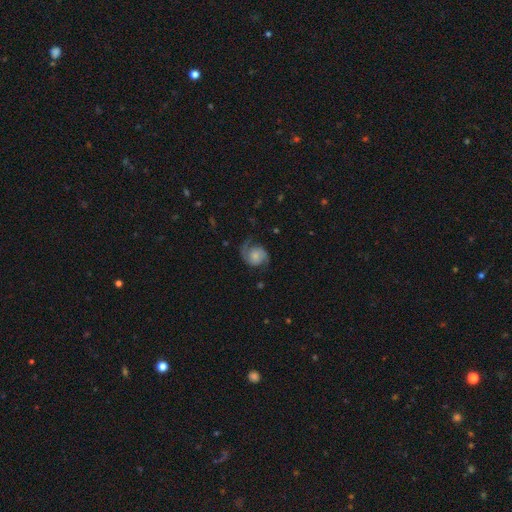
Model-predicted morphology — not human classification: smooth-or-featured: featured or disk: 71% | smooth: 22% | star or artifact: 7%
  disk-edge-on: no: 98% | yes: 2%
    bar: no: 74% | weak: 22% | strong: 4%
    has-spiral-arms: yes: 95% | no: 5%
      spiral-winding: medium: 43% | loose: 32% | tight: 26%
      spiral-arm-count: 2: 78% | 1: 15% | can't tell: 4% | 3: 1% | 4: 1% | more than 4: 1%
    bulge-size: small: 42% | moderate: 28% | none: 18% | large: 9% | dominant: 3%
  merging: none: 63% | minor disturbance: 21% | major disturbance: 15% | merger: 1%